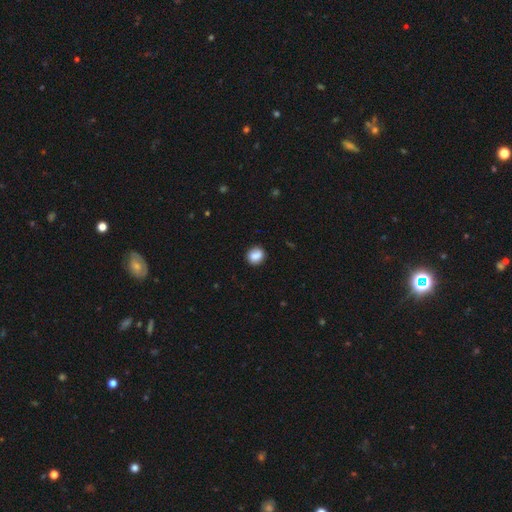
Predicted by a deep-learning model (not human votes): Morphology: type=smooth (83%); roundness=round (72%); merging=none (83%).